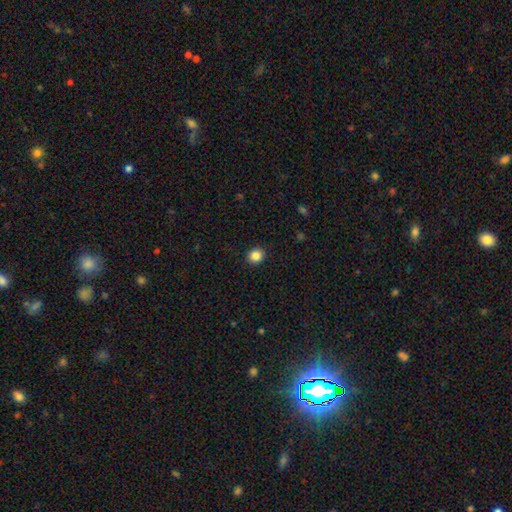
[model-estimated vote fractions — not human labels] Morphology: type=smooth (86%); roundness=round (84%); merging=none (91%).